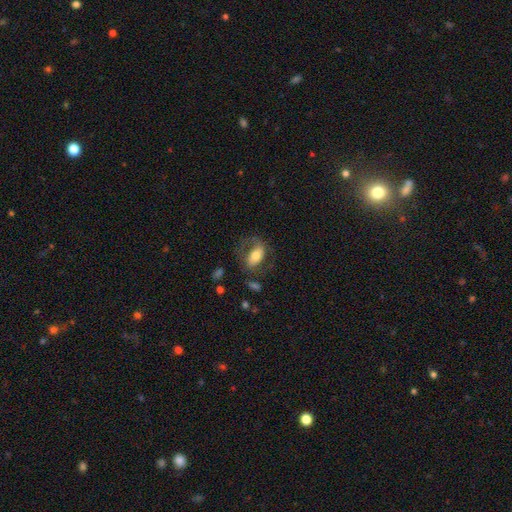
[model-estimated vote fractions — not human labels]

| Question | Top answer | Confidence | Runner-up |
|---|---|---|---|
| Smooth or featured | smooth | 51% | featured or disk (42%) |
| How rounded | in between | 86% | round (8%) |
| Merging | none | 55% | major disturbance (22%) |